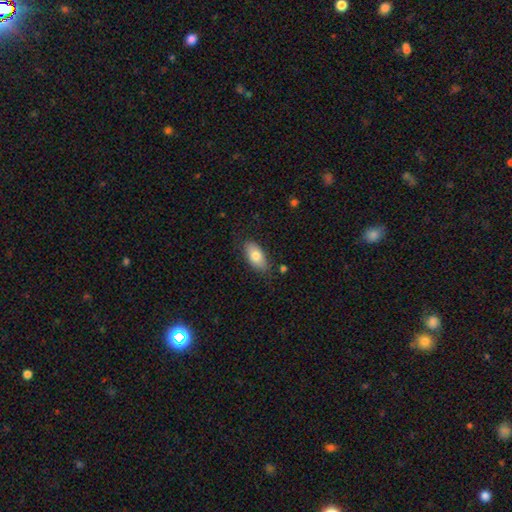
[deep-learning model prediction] This appears to be a smooth galaxy with no disk features (78%) that is in between round and cigar-shaped (91%). Merging: none (82%).